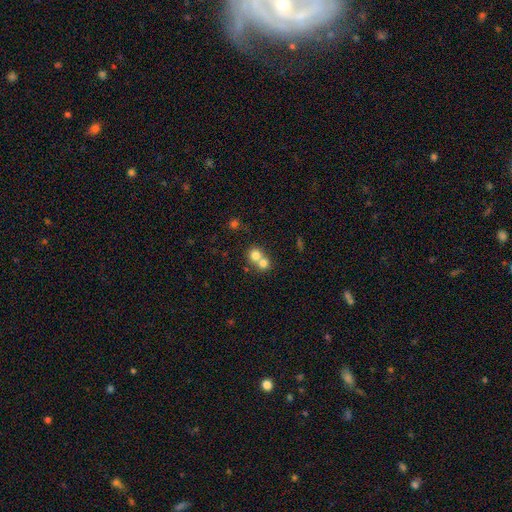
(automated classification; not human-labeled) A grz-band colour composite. It shows a smooth galaxy with no disk features (75%) that is round (84%). Merging: merger (62%).